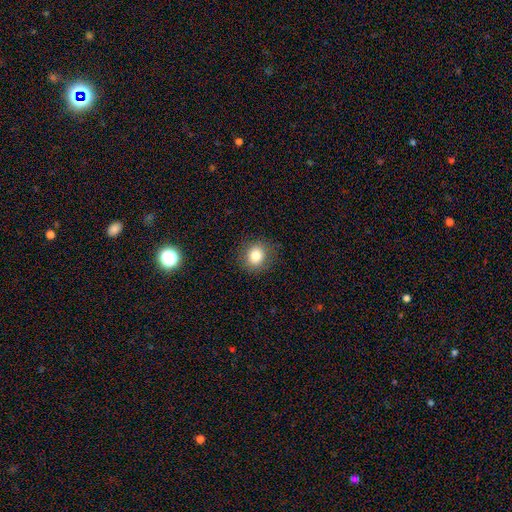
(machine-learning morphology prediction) Smooth or featured? smooth (81%)
How rounded? round (79%)
Merging? none (87%)